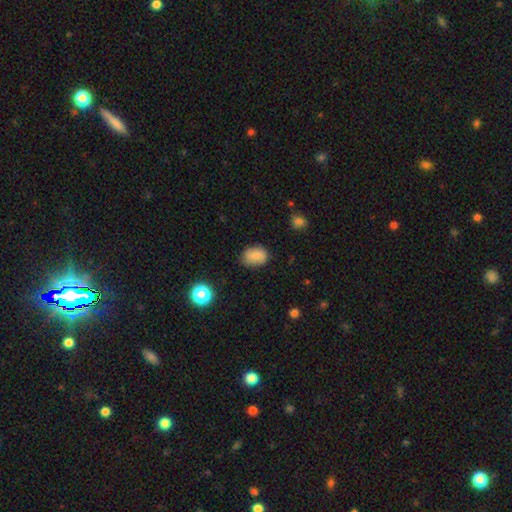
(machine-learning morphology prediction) Smooth or featured? Predicted: smooth (p=0.77). How rounded? Predicted: in between (p=0.78). Merging? Predicted: none (p=0.78).